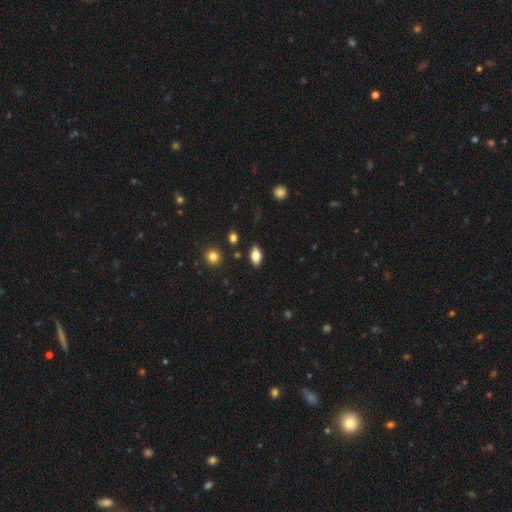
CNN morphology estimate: smooth 76%, featured or disk 16%, star or artifact 8%. Down the decision tree: how rounded — in between (89%); merging — none (86%).